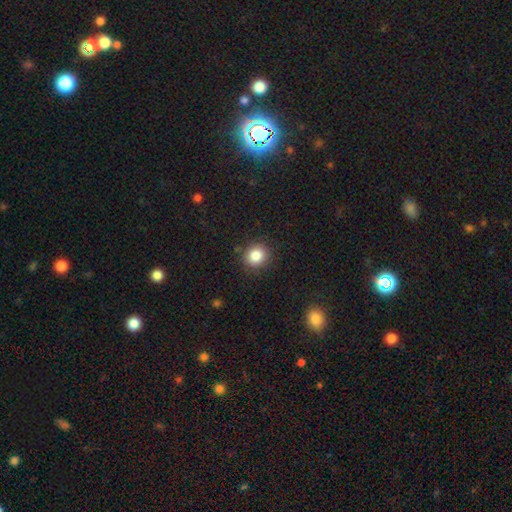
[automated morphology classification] smooth-or-featured: smooth: 84% | star or artifact: 11% | featured or disk: 5%
  how-rounded: round: 84% | in between: 15% | cigar-shaped: 1%
  merging: none: 88% | minor disturbance: 8% | major disturbance: 2% | merger: 2%